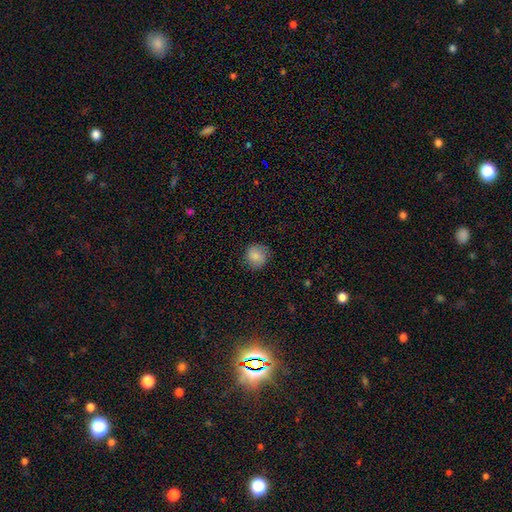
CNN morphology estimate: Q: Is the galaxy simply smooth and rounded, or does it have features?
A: smooth — 84%.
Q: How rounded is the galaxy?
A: round — 89%.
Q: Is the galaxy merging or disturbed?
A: none — 84%.